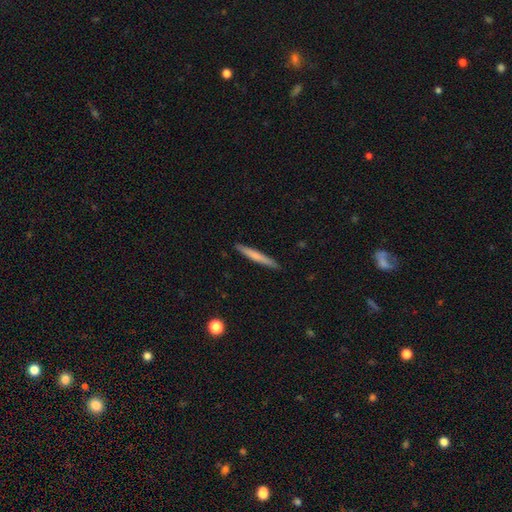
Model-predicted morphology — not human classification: A smooth galaxy with no disk features (66%) that is cigar-shaped (96%).

Vote fractions:
- Smooth or featured? smooth: 66% / featured or disk: 29% / star or artifact: 5%
- How rounded? cigar-shaped: 96% / in between: 2% / round: 1%
- Merging? none: 91% / minor disturbance: 7% / major disturbance: 1% / merger: 1%